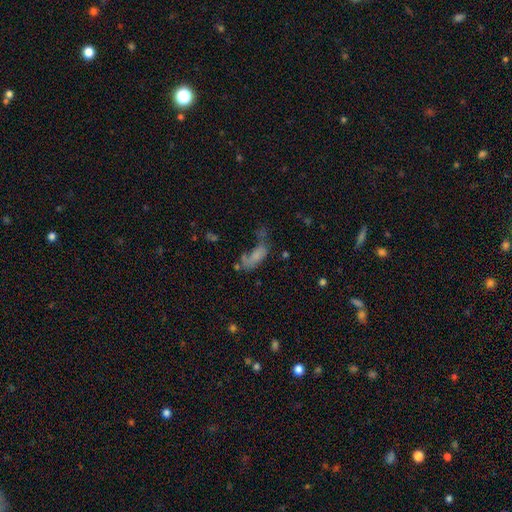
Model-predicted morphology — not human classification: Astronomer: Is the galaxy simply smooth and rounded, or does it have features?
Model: smooth — 67%.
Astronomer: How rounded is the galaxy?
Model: in between — 77%.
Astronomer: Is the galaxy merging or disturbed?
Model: none — 29% (runner-up: major disturbance, 28%).